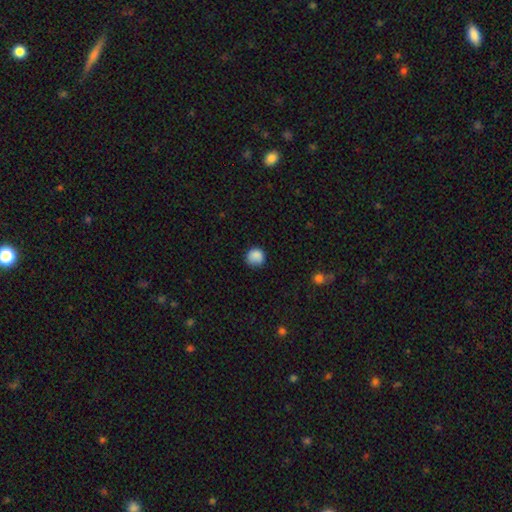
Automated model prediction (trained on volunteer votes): This is clearly a smooth galaxy (86%). How rounded: clearly round (89%). Merging: likely none (76%).